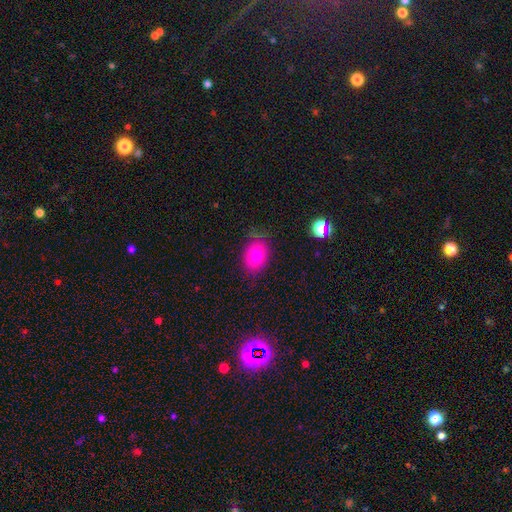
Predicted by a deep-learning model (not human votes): This appears to be a smooth galaxy with no disk features (75%) that is in between round and cigar-shaped (65%). Merging: none (75%).